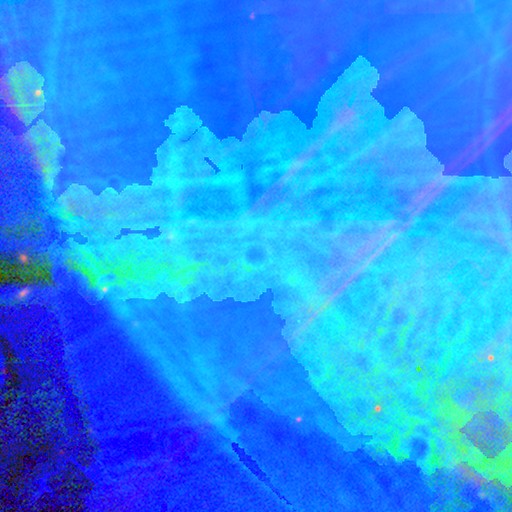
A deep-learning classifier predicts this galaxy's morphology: The model was most divided on "smooth or featured": star or artifact: 86%, featured or disk: 8%, smooth: 6%.